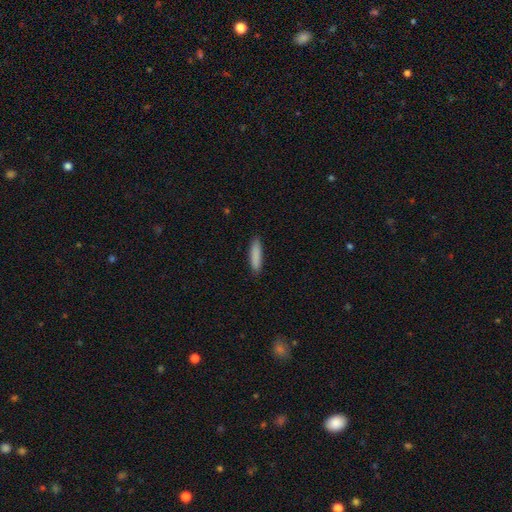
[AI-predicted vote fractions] Q: Smooth or featured?
A: smooth (87%); runner-up: featured or disk (7%)
Q: How rounded?
A: cigar-shaped (76%); runner-up: in between (23%)
Q: Merging?
A: none (88%); runner-up: minor disturbance (9%)